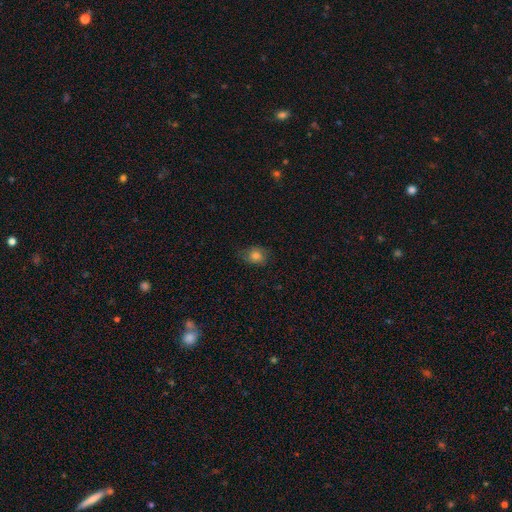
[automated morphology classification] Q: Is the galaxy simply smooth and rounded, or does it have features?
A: smooth — 79%.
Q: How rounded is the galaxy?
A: round — 50%.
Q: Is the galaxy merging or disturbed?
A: none — 72%.